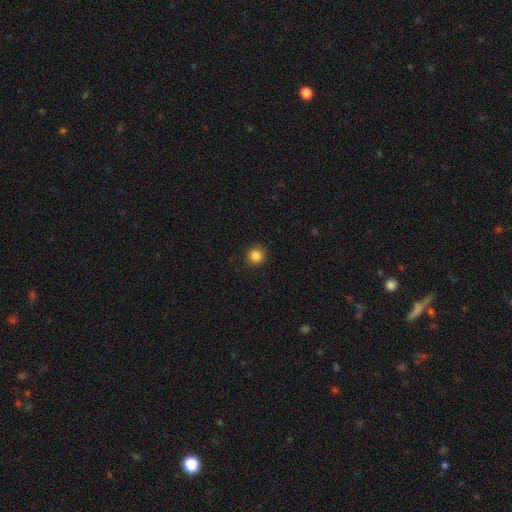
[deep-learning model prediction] Smooth or featured?
  - smooth: 85% *
  - star or artifact: 11%
  - featured or disk: 4%
How rounded?
  - round: 92% *
  - in between: 7%
  - cigar-shaped: 1%
Merging?
  - none: 88% *
  - minor disturbance: 9%
  - major disturbance: 2%
  - merger: 1%